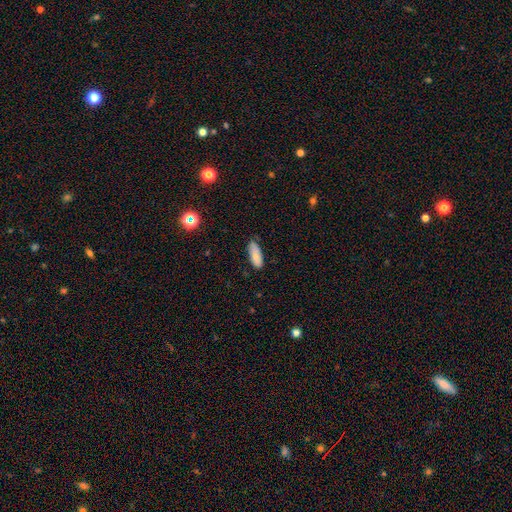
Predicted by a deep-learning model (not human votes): This is clearly a smooth galaxy (84%). How rounded: likely in between (70%). Merging: likely none (71%).